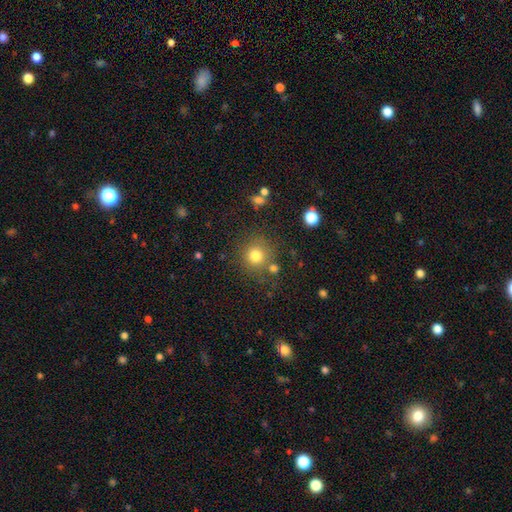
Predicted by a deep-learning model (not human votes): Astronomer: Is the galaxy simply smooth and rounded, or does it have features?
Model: smooth — 79%.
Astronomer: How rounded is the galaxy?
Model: round — 91%.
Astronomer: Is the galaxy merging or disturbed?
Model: none — 76%.